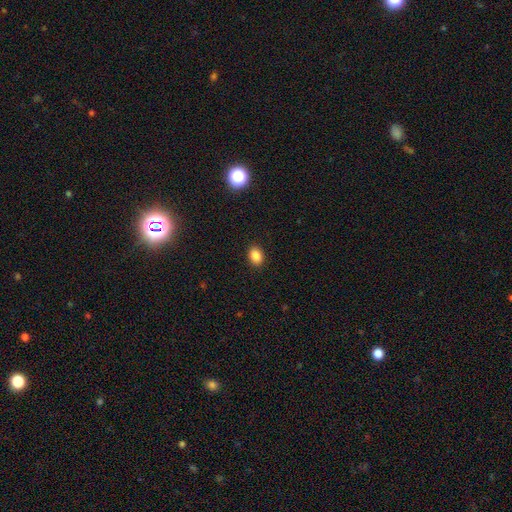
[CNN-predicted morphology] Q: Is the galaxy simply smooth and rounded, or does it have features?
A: smooth — 87%.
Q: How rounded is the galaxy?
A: in between — 71%.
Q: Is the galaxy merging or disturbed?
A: none — 90%.